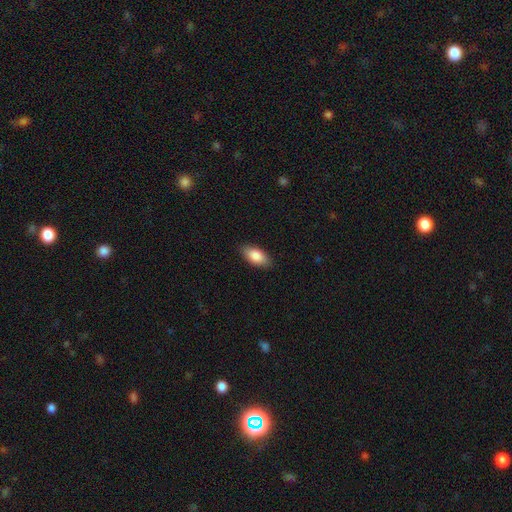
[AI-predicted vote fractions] A smooth galaxy with no disk features (85%) that is in between round and cigar-shaped (91%). Merging: none (88%).